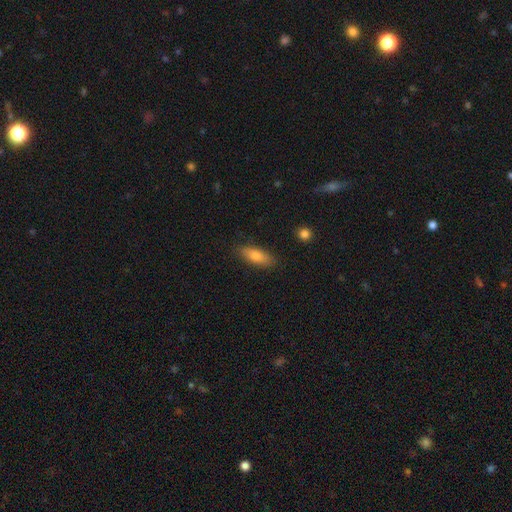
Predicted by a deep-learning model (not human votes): Q: Smooth or featured?
A: smooth (77%); runner-up: featured or disk (16%)
Q: How rounded?
A: in between (66%); runner-up: cigar-shaped (31%)
Q: Merging?
A: none (86%); runner-up: minor disturbance (11%)